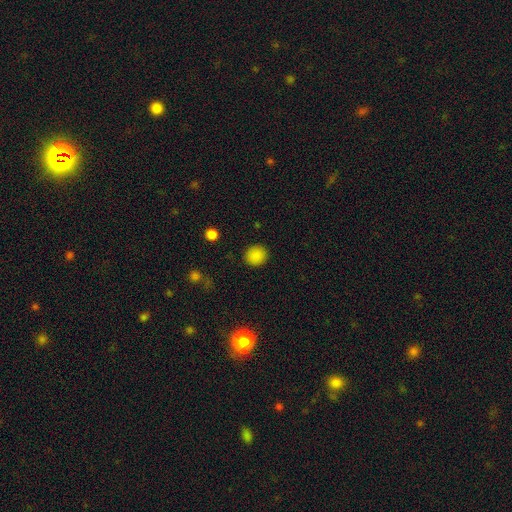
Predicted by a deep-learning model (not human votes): This appears to be a smooth galaxy with no disk features (86%) that is round (89%). Merging: none (90%).